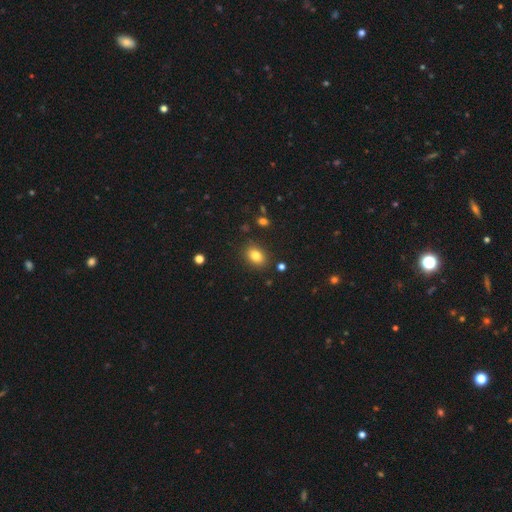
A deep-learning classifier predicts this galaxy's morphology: smooth-or-featured: smooth: 82% | star or artifact: 10% | featured or disk: 8%
  how-rounded: in between: 72% | round: 27% | cigar-shaped: 1%
  merging: none: 86% | minor disturbance: 9% | major disturbance: 3% | merger: 2%